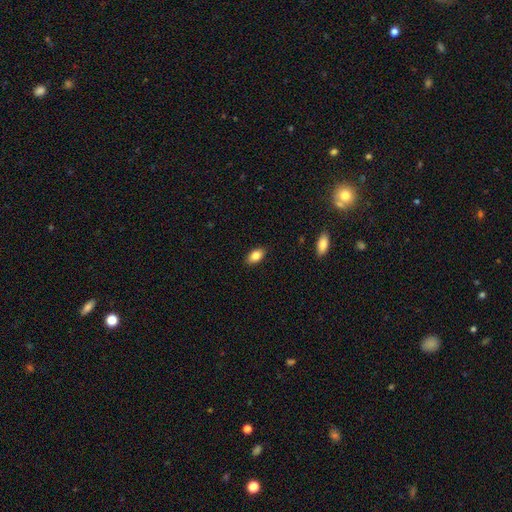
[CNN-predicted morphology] Smooth or featured: smooth — 84% (featured or disk — 8%)
How rounded: in between — 91% (round — 6%)
Merging: none — 88% (minor disturbance — 9%)